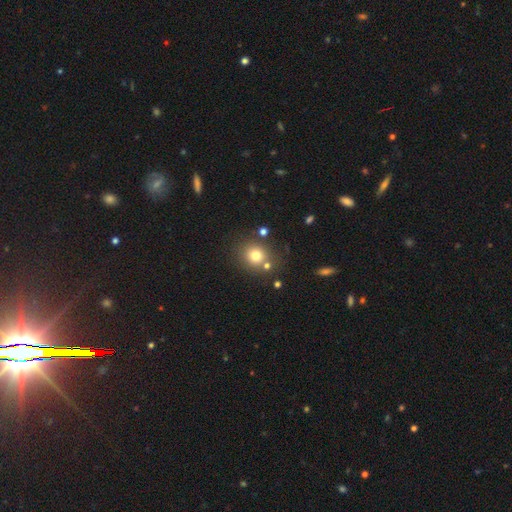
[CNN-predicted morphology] A smooth galaxy with no disk features (75%) that is round (81%). Merging: none (75%).